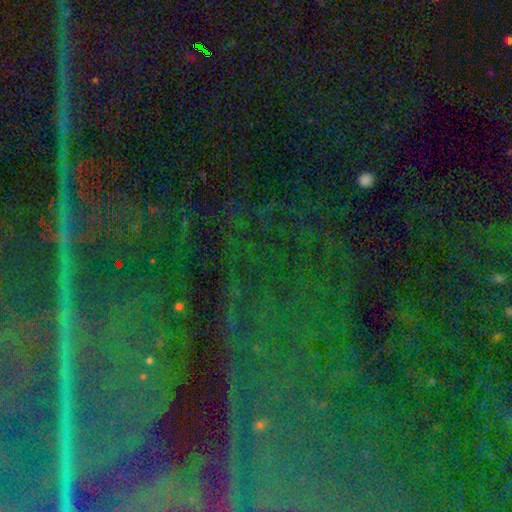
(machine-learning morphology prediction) A star or artifact, not a galaxy (84%).

Vote fractions:
- Smooth or featured? star or artifact: 84% / featured or disk: 9% / smooth: 7%